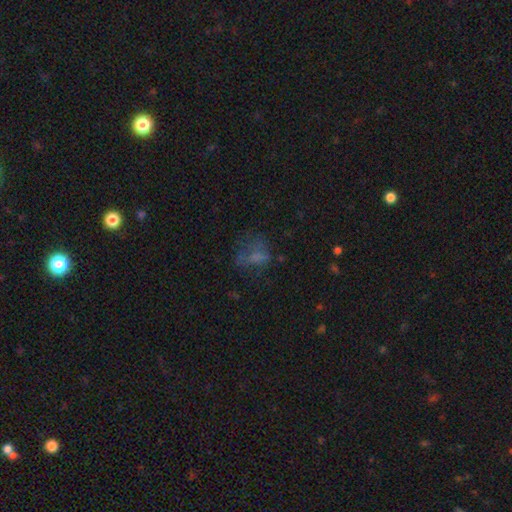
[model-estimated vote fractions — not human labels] Smooth or featured: smooth — 51% (featured or disk — 26%)
How rounded: in between — 67% (round — 28%)
Merging: none — 40% (major disturbance — 35%)